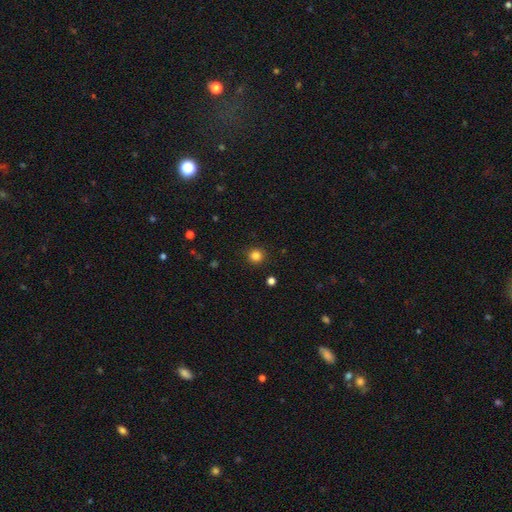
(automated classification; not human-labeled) smooth 83%, star or artifact 13%, featured or disk 4%. Down the decision tree: how rounded — round (94%); merging — none (91%).